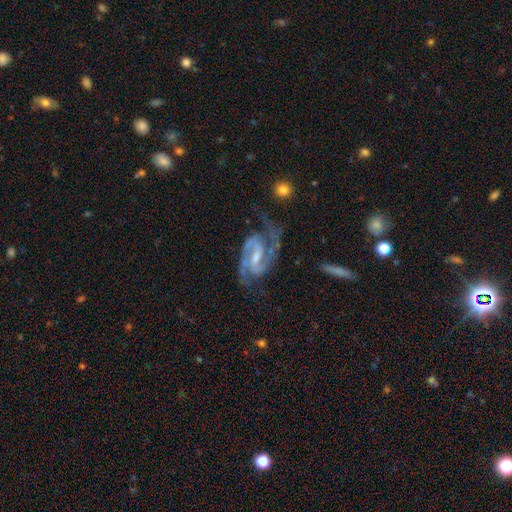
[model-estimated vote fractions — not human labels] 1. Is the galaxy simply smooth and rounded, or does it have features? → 92% featured or disk, 4% star or artifact, 3% smooth.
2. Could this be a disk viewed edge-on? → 97% no, 3% yes.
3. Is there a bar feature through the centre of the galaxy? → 48% weak, 36% strong, 16% no.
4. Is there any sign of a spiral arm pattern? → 98% yes, 2% no.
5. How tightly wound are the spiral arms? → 57% medium, 29% tight, 14% loose.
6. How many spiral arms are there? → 91% 2, 3% 3, 2% can't tell, 2% 1, 1% 4, 1% more than 4.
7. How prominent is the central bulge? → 45% small, 43% moderate, 8% none, 3% large, 1% dominant.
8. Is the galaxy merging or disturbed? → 68% none, 18% minor disturbance, 12% major disturbance, 2% merger.